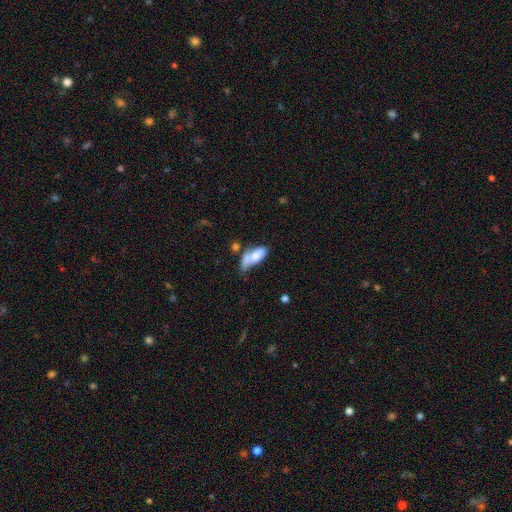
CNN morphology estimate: A smooth galaxy with no disk features (71%) that is in between round and cigar-shaped (80%).

Vote fractions:
- Smooth or featured? smooth: 71% / featured or disk: 22% / star or artifact: 7%
- How rounded? in between: 80% / cigar-shaped: 17% / round: 3%
- Merging? merger: 31% / none: 27% / minor disturbance: 26% / major disturbance: 16%